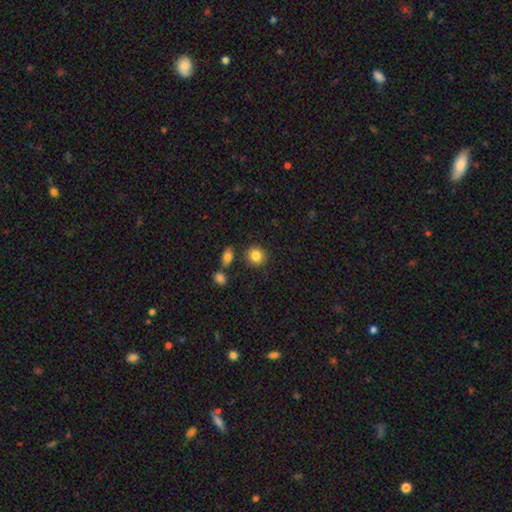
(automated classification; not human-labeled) smooth_or_featured: smooth (p=0.84) [alt: star or artifact p=0.10]
how_rounded: round (p=0.84) [alt: in between p=0.15]
merging: none (p=0.84) [alt: minor disturbance p=0.08]